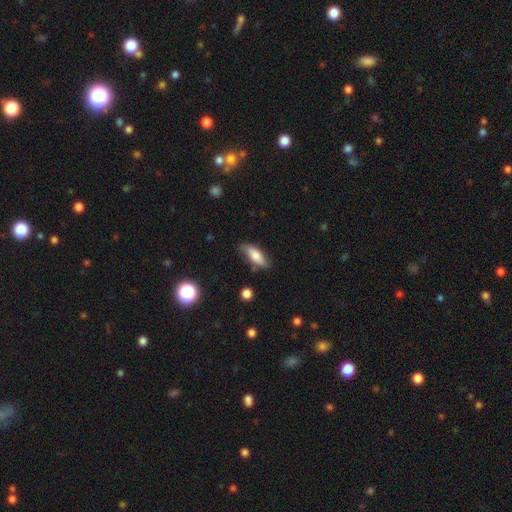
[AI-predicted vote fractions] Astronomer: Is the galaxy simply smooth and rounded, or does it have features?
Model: smooth — 72%.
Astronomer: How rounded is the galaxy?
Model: in between — 73%.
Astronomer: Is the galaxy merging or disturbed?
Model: none — 70%.